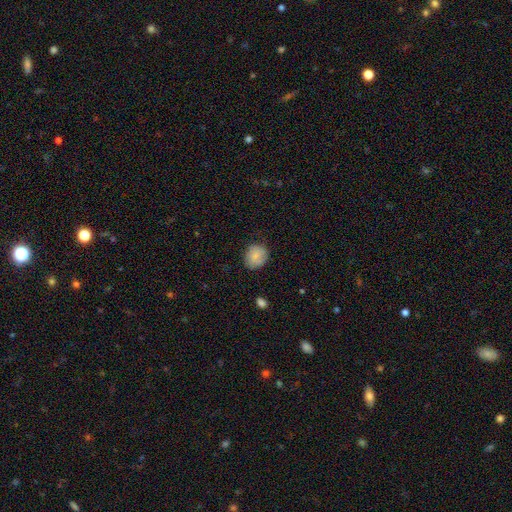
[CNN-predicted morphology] Smooth or featured: smooth — 77% (featured or disk — 15%)
How rounded: round — 78% (in between — 21%)
Merging: none — 80% (minor disturbance — 16%)